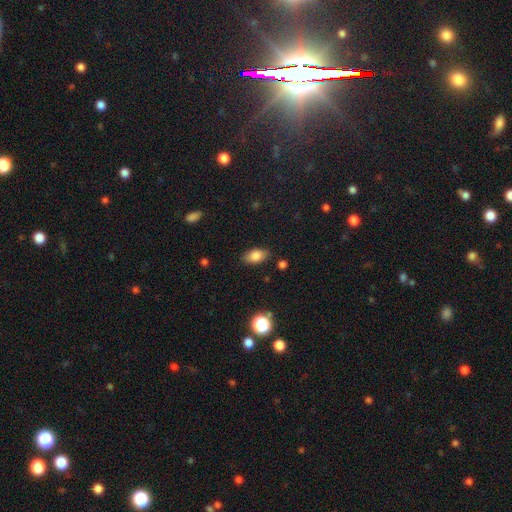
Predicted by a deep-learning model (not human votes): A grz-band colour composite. It shows a smooth galaxy with no disk features (82%) that is in between round and cigar-shaped (89%). Merging: none (83%).